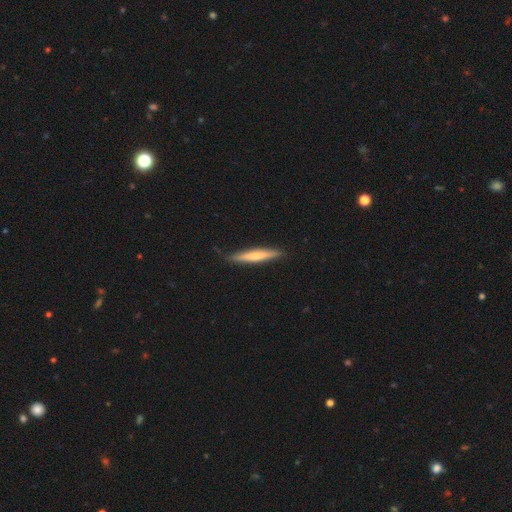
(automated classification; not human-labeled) smooth-or-featured: smooth: 54% | featured or disk: 41% | star or artifact: 5%
  how-rounded: cigar-shaped: 93% | in between: 6% | round: 1%
  merging: none: 82% | minor disturbance: 14% | major disturbance: 2% | merger: 1%